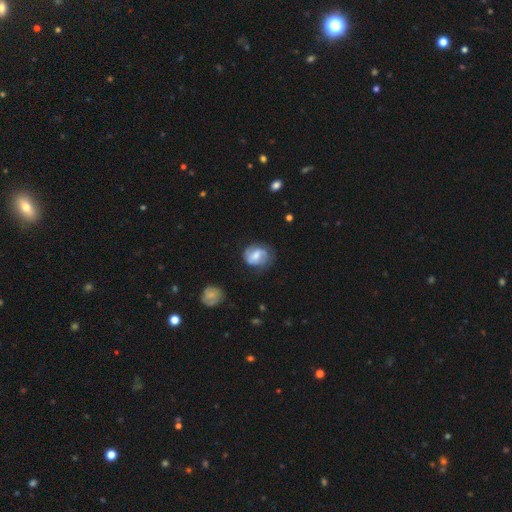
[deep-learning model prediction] A featured or disk galaxy (62%) with a weak bar (53%), 2 (76%) medium (44%) spiral arms (88%) and a moderate central bulge (52%). Merging: none (70%).